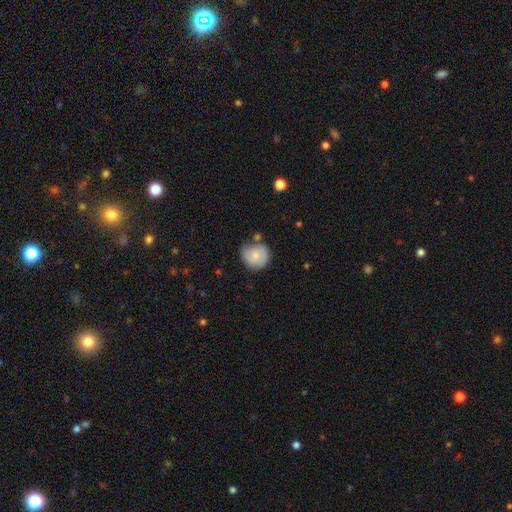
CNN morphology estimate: Smooth or featured? smooth (61%)
How rounded? round (84%)
Merging? none (61%)